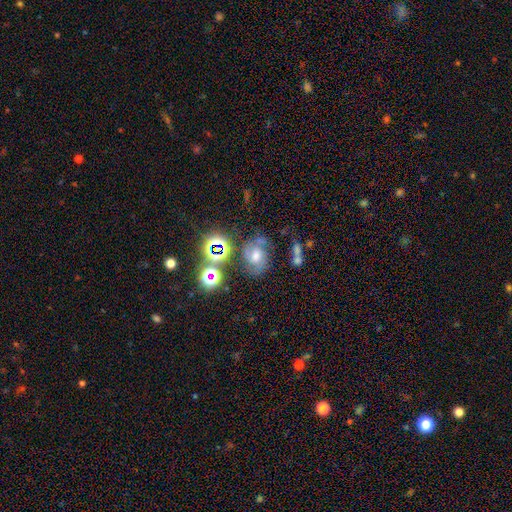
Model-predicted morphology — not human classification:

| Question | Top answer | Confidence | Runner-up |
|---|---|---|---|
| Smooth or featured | featured or disk | 49% | star or artifact (27%) |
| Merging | none | 57% | minor disturbance (20%) |